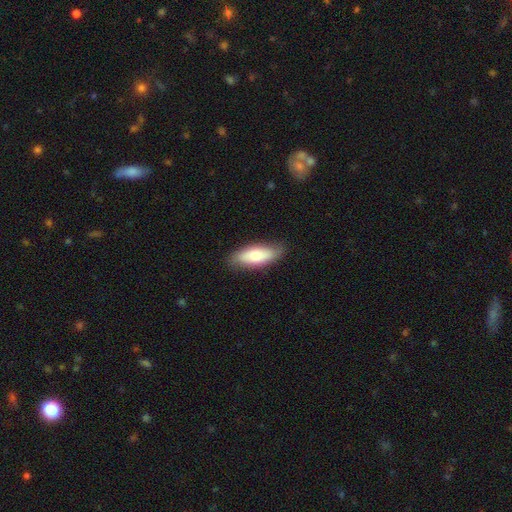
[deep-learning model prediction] Smooth or featured? smooth (73%)
How rounded? in between (75%)
Merging? none (83%)